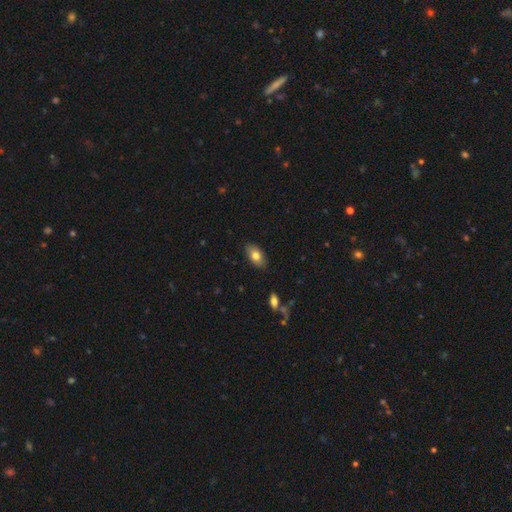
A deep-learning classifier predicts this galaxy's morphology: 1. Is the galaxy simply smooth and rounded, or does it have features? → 77% smooth, 15% featured or disk, 7% star or artifact.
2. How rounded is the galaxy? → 91% in between, 5% round, 4% cigar-shaped.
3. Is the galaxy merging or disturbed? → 85% none, 12% minor disturbance, 2% major disturbance, 1% merger.